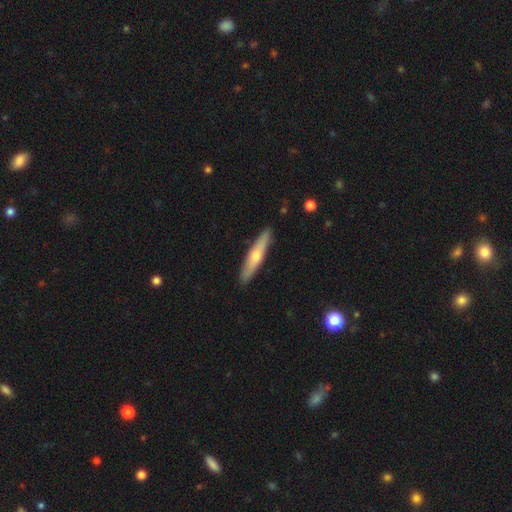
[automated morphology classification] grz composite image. It shows a smooth galaxy with no disk features (49%). Merging: none (90%).